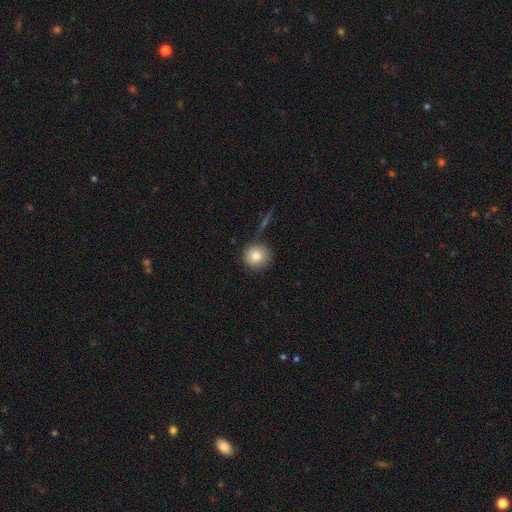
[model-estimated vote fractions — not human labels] Smooth or featured?
  - smooth: 82% *
  - featured or disk: 9%
  - star or artifact: 9%
How rounded?
  - round: 93% *
  - in between: 6%
  - cigar-shaped: 1%
Merging?
  - none: 82% *
  - minor disturbance: 10%
  - merger: 5%
  - major disturbance: 3%